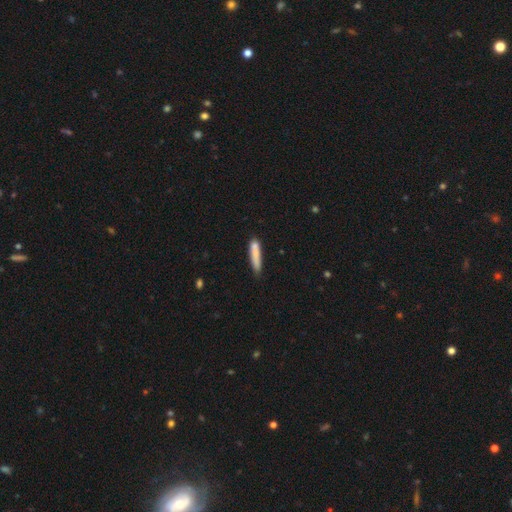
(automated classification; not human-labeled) A smooth galaxy with no disk features (78%) that is cigar-shaped (89%).

Vote fractions:
- Smooth or featured? smooth: 78% / featured or disk: 15% / star or artifact: 7%
- How rounded? cigar-shaped: 89% / in between: 9% / round: 1%
- Merging? none: 67% / minor disturbance: 19% / merger: 10% / major disturbance: 4%